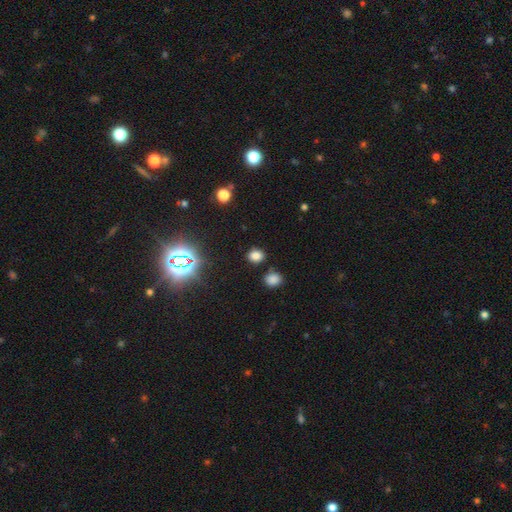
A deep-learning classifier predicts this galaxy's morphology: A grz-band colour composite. It shows a smooth galaxy with no disk features (75%) that is round (57%). Merging: none (81%).